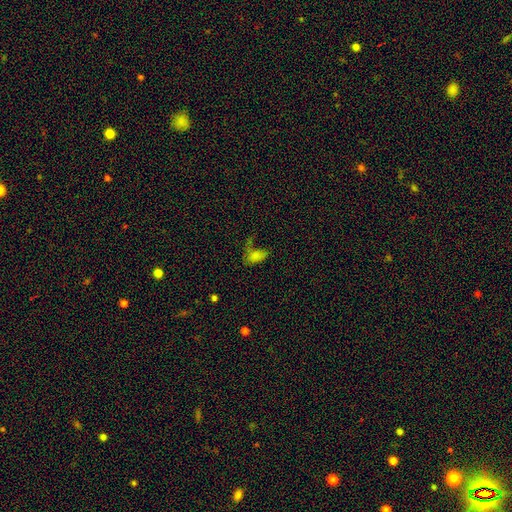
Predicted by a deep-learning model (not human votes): Overall: smooth (71%). How rounded: in between (91%). Merging: none (34%; major disturbance 26%).